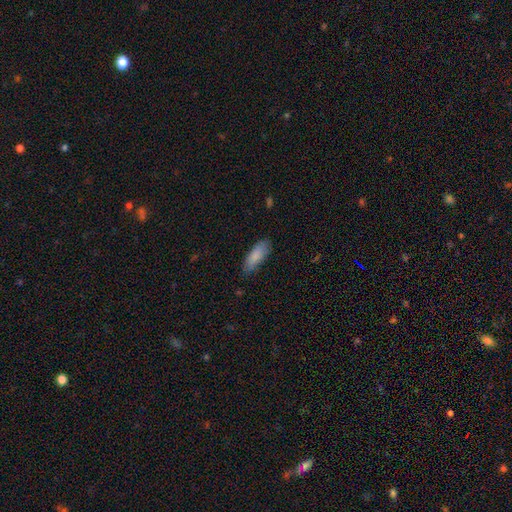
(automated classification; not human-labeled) Morphology: type=smooth (86%); roundness=in between (70%); merging=none (78%).